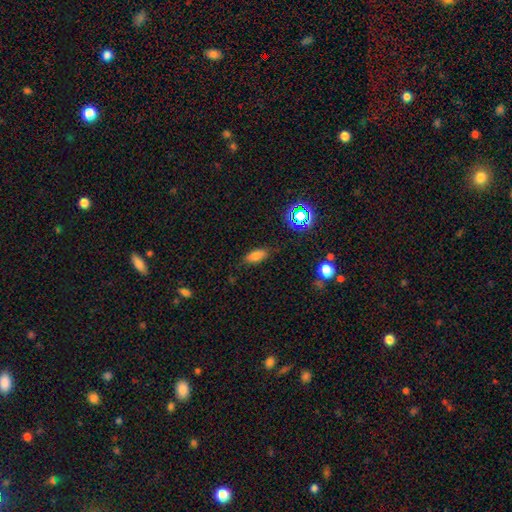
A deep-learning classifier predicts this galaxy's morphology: Q: Smooth or featured?
A: smooth (77%); runner-up: star or artifact (15%)
Q: How rounded?
A: in between (84%); runner-up: cigar-shaped (12%)
Q: Merging?
A: none (80%); runner-up: minor disturbance (15%)